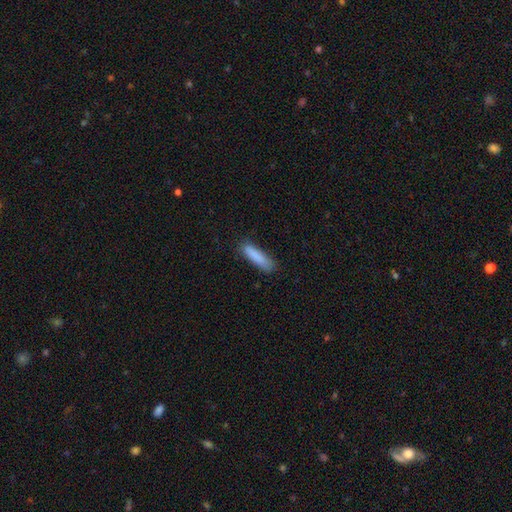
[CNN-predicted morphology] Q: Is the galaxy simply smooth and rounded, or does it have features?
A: smooth — 87%.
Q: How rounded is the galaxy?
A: cigar-shaped — 76%.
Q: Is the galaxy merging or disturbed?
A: none — 79%.